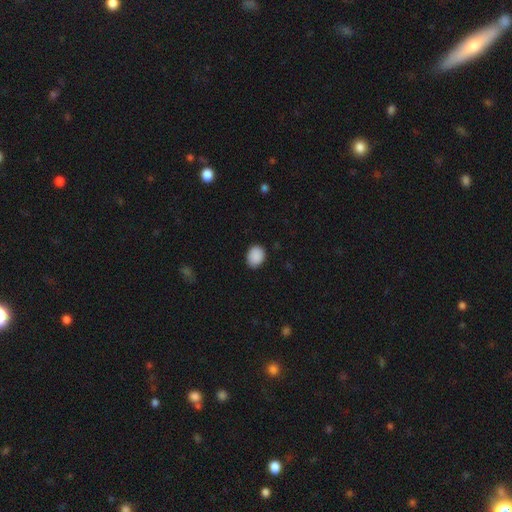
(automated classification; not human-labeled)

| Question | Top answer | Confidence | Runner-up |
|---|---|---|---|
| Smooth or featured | smooth | 90% | star or artifact (8%) |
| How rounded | in between | 57% | round (42%) |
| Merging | none | 86% | minor disturbance (11%) |